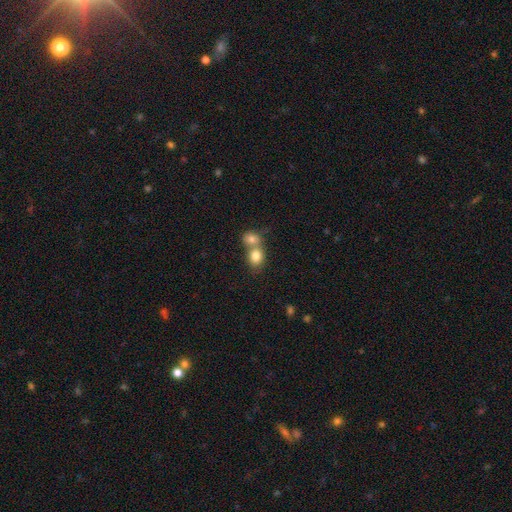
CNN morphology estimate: This is likely a smooth galaxy (80%). How rounded: likely round (62%). Merging: likely merger (64%).